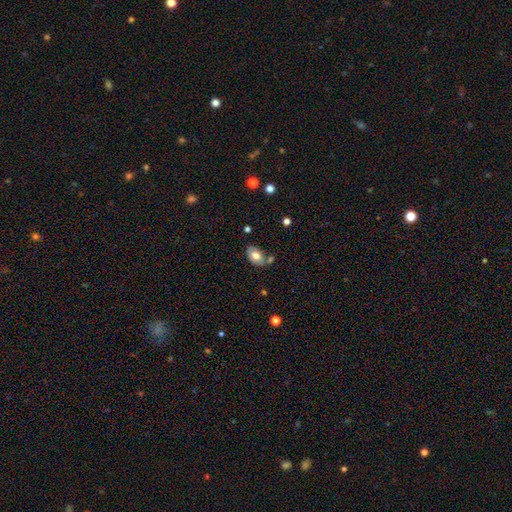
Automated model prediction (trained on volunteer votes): Smooth or featured: smooth — 68% (featured or disk — 25%)
How rounded: in between — 89% (round — 10%)
Merging: none — 59% (minor disturbance — 19%)